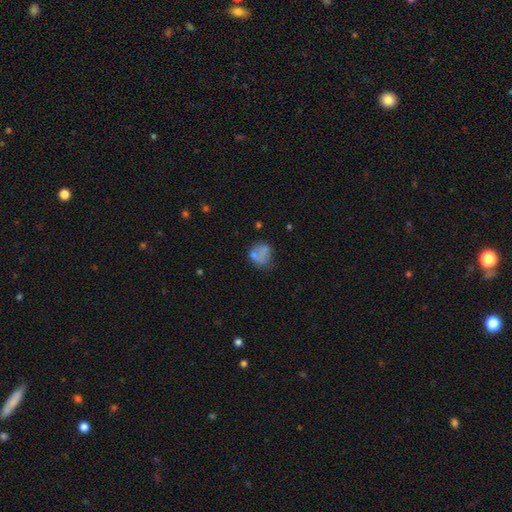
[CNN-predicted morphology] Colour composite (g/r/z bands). It shows a smooth galaxy with no disk features (58%) that is round (69%). Merging: none (52%).